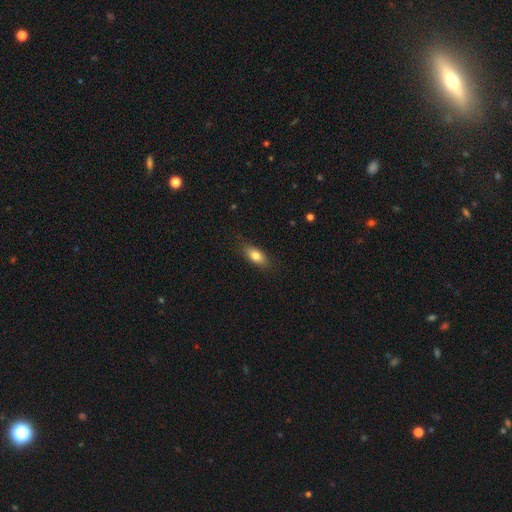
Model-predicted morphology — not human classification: smooth-or-featured: smooth: 79% | featured or disk: 13% | star or artifact: 7%
  how-rounded: in between: 80% | cigar-shaped: 15% | round: 4%
  merging: none: 82% | minor disturbance: 14% | major disturbance: 3% | merger: 1%